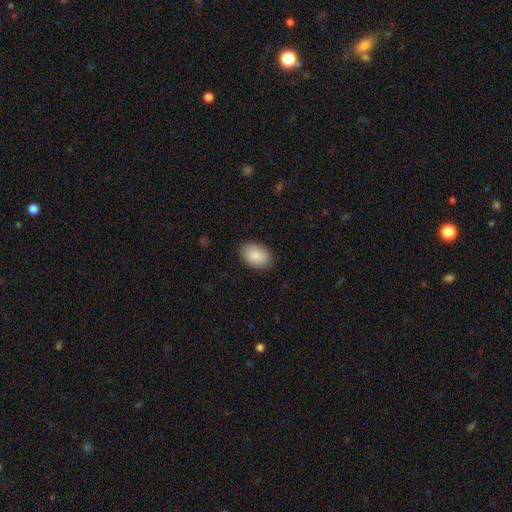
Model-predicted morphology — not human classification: Smooth or featured?
  - smooth: 88% *
  - star or artifact: 6%
  - featured or disk: 6%
How rounded?
  - in between: 86% *
  - round: 13%
  - cigar-shaped: 1%
Merging?
  - none: 87% *
  - minor disturbance: 10%
  - major disturbance: 2%
  - merger: 1%